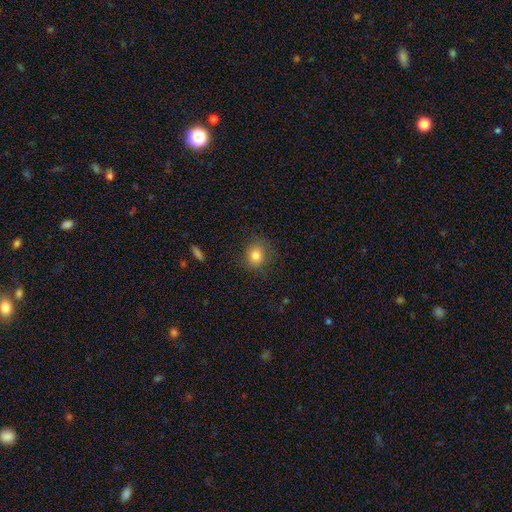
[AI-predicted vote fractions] Overall: smooth (81%). How rounded: round (76%). Merging: none (83%).